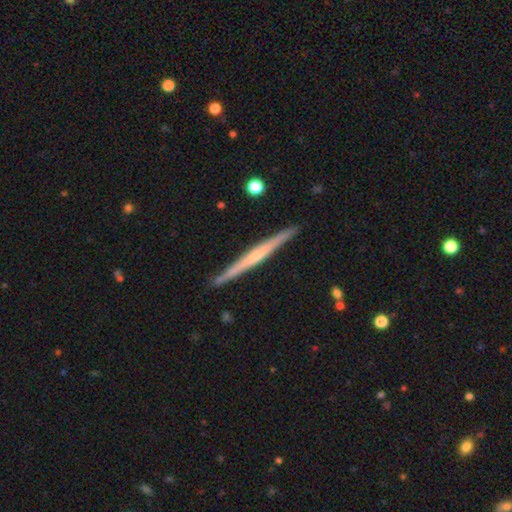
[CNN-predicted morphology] A featured or disk galaxy (68%) viewed edge-on (98%) with no central bulge (55%).

Vote fractions:
- Smooth or featured? featured or disk: 68% / smooth: 27% / star or artifact: 5%
- Edge-on disk? yes: 98% / no: 2%
- Edge-on bulge? none: 55% / rounded: 37% / boxy: 9%
- Merging? none: 90% / minor disturbance: 7% / merger: 1% / major disturbance: 1%